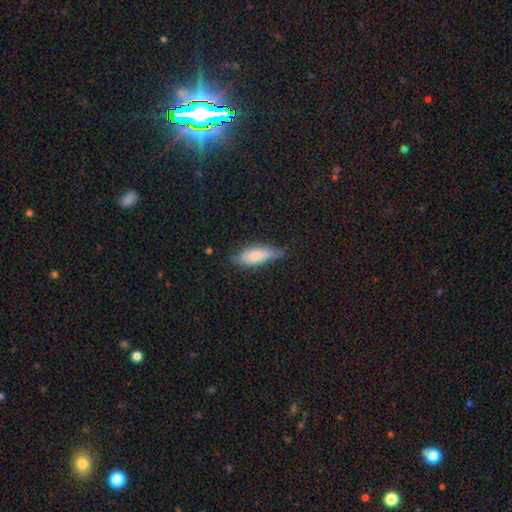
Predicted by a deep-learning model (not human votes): The model was most divided on "merging": none: 56%, minor disturbance: 35%, major disturbance: 8%, merger: 2%. More confident: smooth or featured — smooth (76%); how rounded — in between (73%).